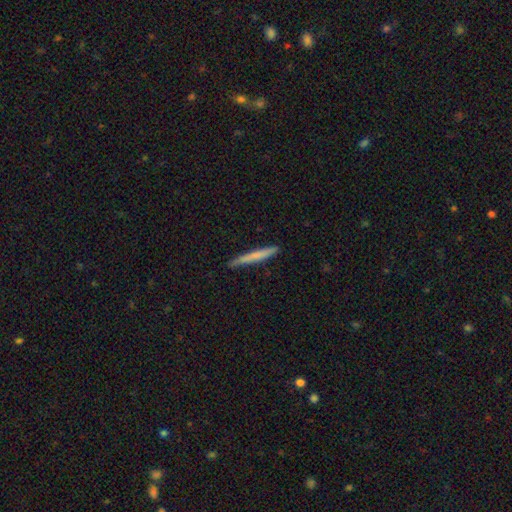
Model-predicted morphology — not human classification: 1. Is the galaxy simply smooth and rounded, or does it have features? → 67% smooth, 27% featured or disk, 5% star or artifact.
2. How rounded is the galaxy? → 96% cigar-shaped, 2% in between, 1% round.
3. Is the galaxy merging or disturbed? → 86% none, 11% minor disturbance, 2% major disturbance, 1% merger.